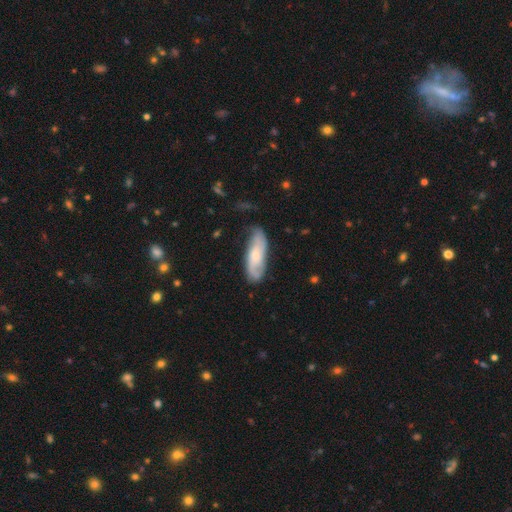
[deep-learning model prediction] Morphology: type=featured or disk (57%); edge-on=no (86%); merging=none (69%).